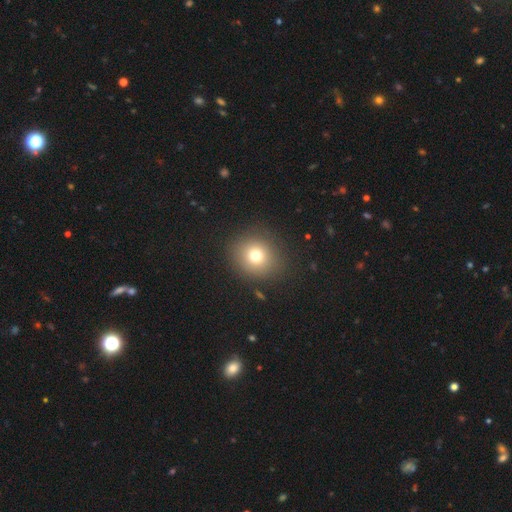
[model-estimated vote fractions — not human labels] Smooth or featured? Predicted: smooth (p=0.74). How rounded? Predicted: round (p=0.86). Merging? Predicted: none (p=0.87).